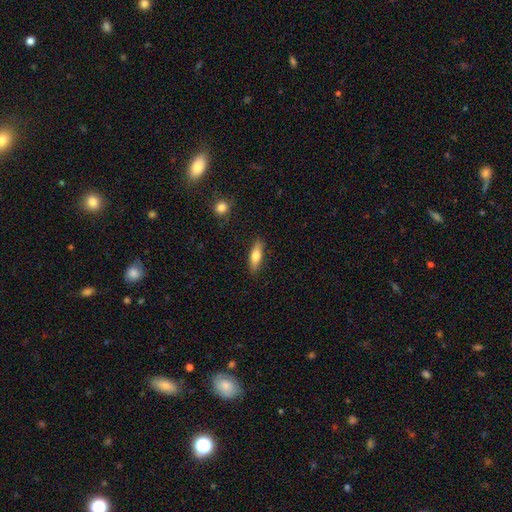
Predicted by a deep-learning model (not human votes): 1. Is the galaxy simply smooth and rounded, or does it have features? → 73% smooth, 21% featured or disk, 6% star or artifact.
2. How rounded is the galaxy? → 54% in between, 44% cigar-shaped, 2% round.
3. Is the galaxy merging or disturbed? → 86% none, 11% minor disturbance, 2% major disturbance, 1% merger.